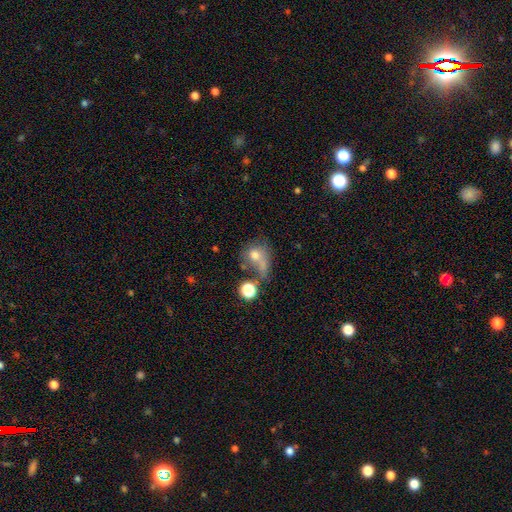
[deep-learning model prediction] smooth_or_featured: smooth (p=0.65) [alt: featured or disk p=0.20]
how_rounded: round (p=0.68) [alt: in between p=0.30]
merging: merger (p=0.31) [alt: none p=0.30]